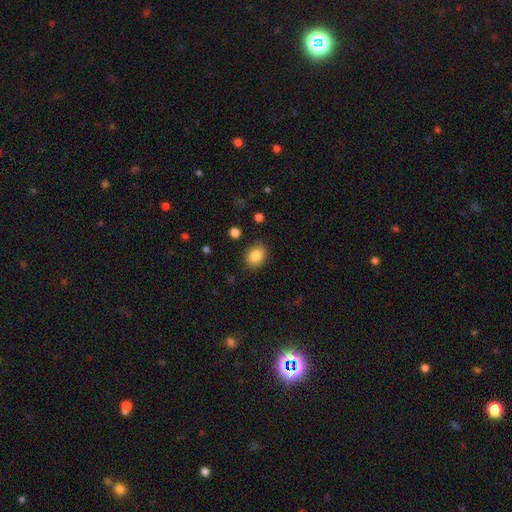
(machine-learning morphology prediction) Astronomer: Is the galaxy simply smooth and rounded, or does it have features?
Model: smooth — 86%.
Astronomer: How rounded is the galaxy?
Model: in between — 70%.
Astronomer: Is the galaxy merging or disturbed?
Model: none — 86%.